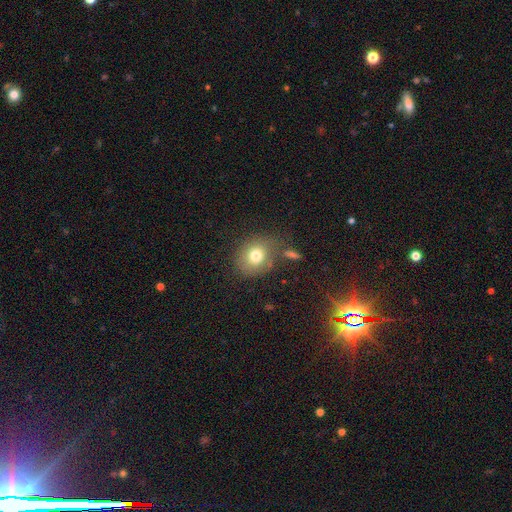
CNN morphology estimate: Smooth or featured?
  - smooth: 75% *
  - featured or disk: 14%
  - star or artifact: 11%
How rounded?
  - round: 61% *
  - in between: 38%
  - cigar-shaped: 1%
Merging?
  - none: 66% *
  - minor disturbance: 18%
  - major disturbance: 8%
  - merger: 8%